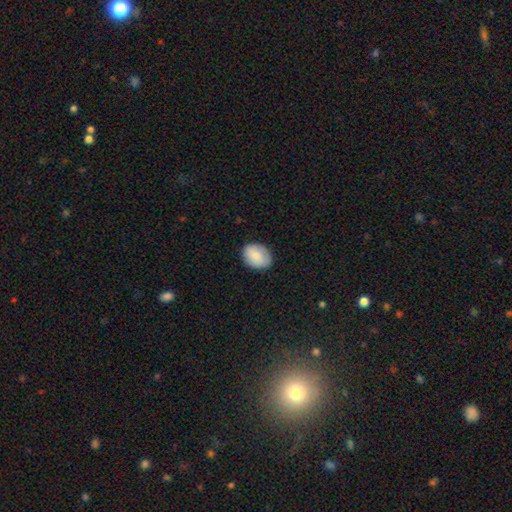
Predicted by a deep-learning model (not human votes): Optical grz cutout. It shows a smooth galaxy with no disk features (85%) that is in between round and cigar-shaped (68%). Merging: none (80%).